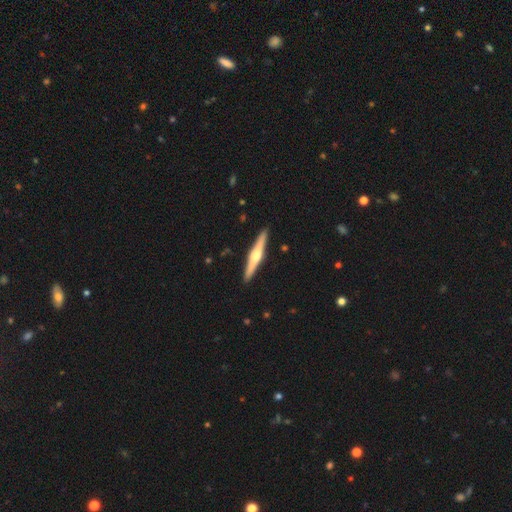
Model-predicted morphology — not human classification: Overall: featured or disk (69%). Edge-on disk: yes (98%). Edge-on bulge: rounded (92%). Merging: none (92%).